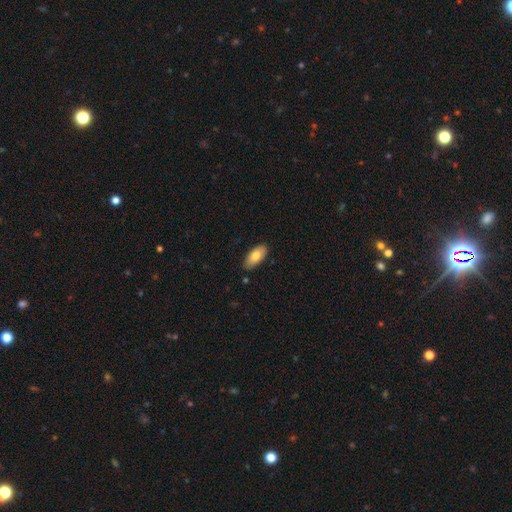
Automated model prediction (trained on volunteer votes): A smooth galaxy with no disk features (78%) that is in between round and cigar-shaped (90%). Merging: none (85%).